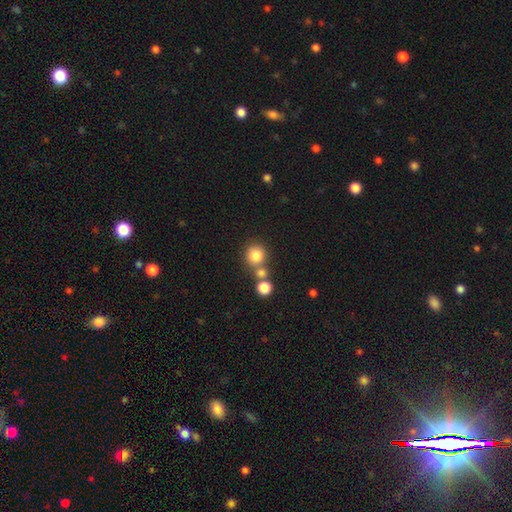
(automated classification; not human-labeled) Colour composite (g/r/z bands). It shows a smooth galaxy with no disk features (81%) that is round (91%). Merging: none (65%).